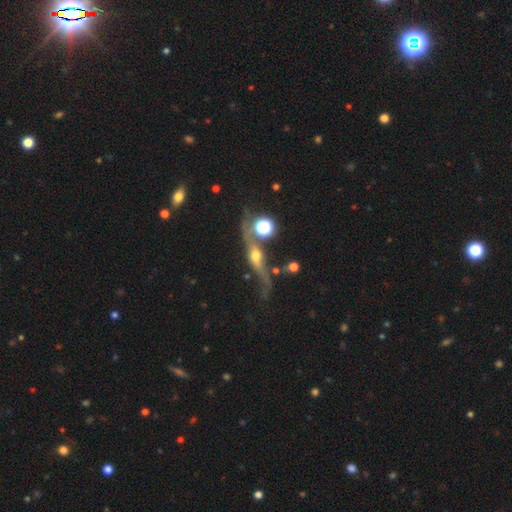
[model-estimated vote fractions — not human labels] A featured or disk galaxy (71%) viewed edge-on (63%).

Vote fractions:
- Smooth or featured? featured or disk: 71% / smooth: 18% / star or artifact: 11%
- Edge-on disk? yes: 63% / no: 37%
- Merging? none: 46% / major disturbance: 20% / minor disturbance: 19% / merger: 16%